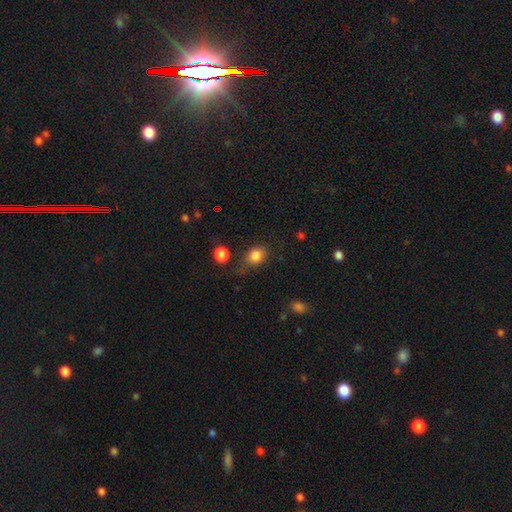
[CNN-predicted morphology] Smooth or featured? Predicted: smooth (p=0.83). How rounded? Predicted: in between (p=0.51). Merging? Predicted: none (p=0.65).